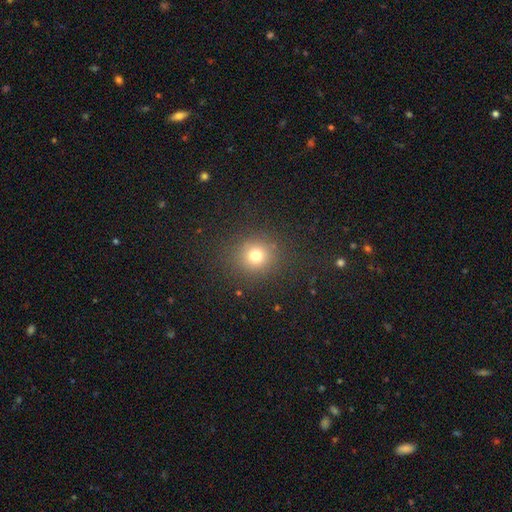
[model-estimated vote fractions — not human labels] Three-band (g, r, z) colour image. It shows a smooth galaxy with no disk features (74%) that is round (87%). Merging: none (87%).